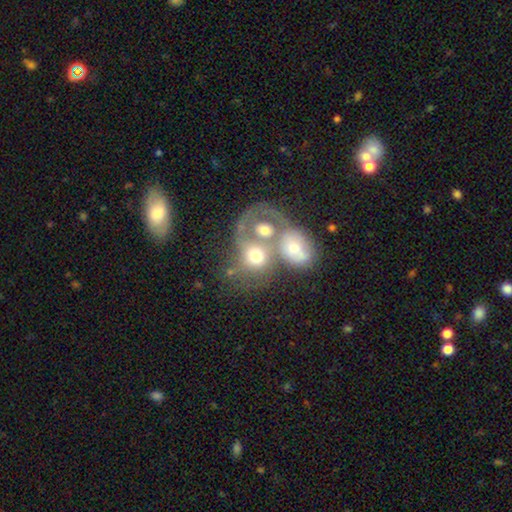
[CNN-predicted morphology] smooth_or_featured: smooth (p=0.49) [alt: featured or disk p=0.40]
merging: merger (p=0.65) [alt: none p=0.18]